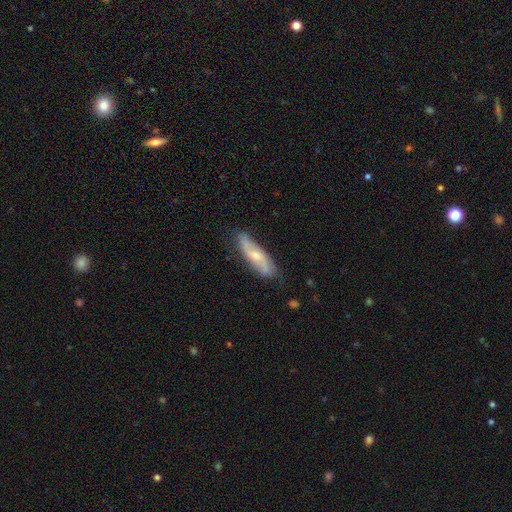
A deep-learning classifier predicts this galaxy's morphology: smooth-or-featured: featured or disk: 60% | smooth: 33% | star or artifact: 6%
  disk-edge-on: no: 76% | yes: 24%
  merging: none: 76% | minor disturbance: 19% | major disturbance: 4% | merger: 2%